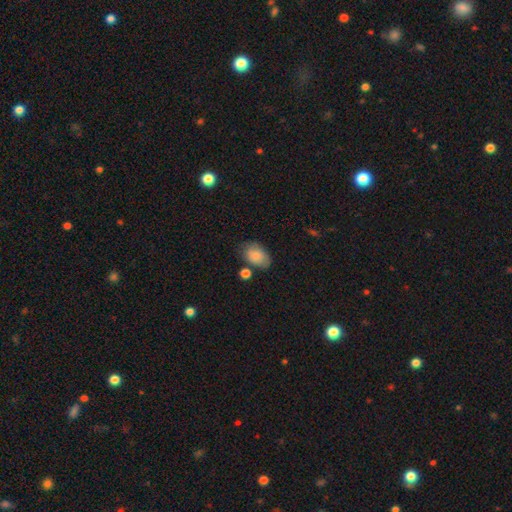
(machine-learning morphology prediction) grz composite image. It shows a smooth galaxy with no disk features (82%) that is in between round and cigar-shaped (87%). Merging: none (64%).